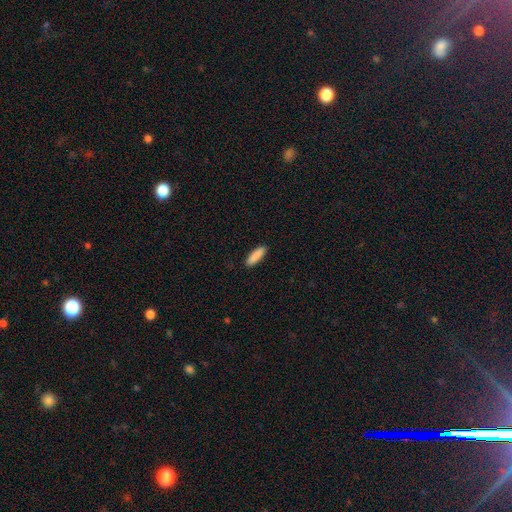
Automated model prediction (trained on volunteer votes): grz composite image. It shows a smooth galaxy with no disk features (90%) that is cigar-shaped (64%). Merging: none (91%).